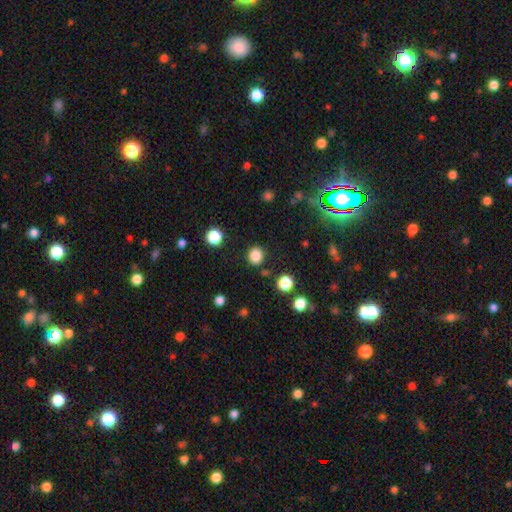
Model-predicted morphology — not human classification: smooth 84%, star or artifact 12%, featured or disk 3%. Down the decision tree: how rounded — round (83%); merging — none (86%).